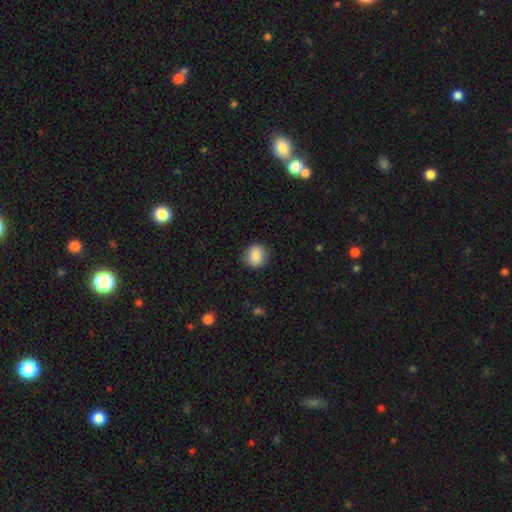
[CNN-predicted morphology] The model was most divided on "how rounded": round: 82%, in between: 17%, cigar-shaped: 1%. More confident: merging — none (88%); smooth or featured — smooth (87%).